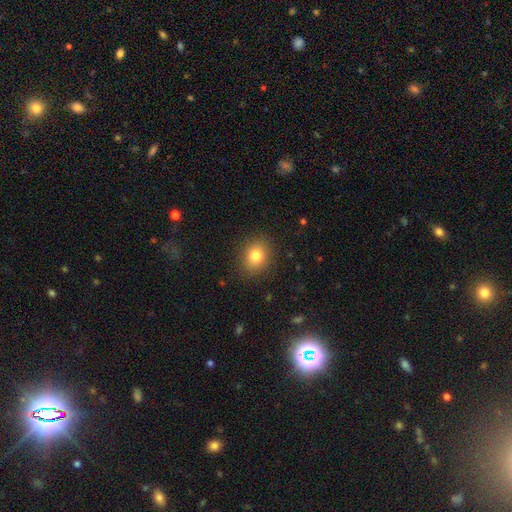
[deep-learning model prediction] Morphology: type=smooth (81%); roundness=round (59%); merging=none (88%).